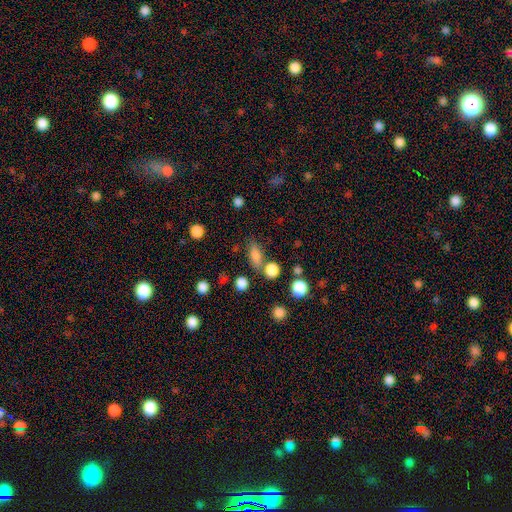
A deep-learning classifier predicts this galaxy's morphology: smooth 77%, star or artifact 13%, featured or disk 10%. Down the decision tree: how rounded — in between (72%); merging — none (68%).